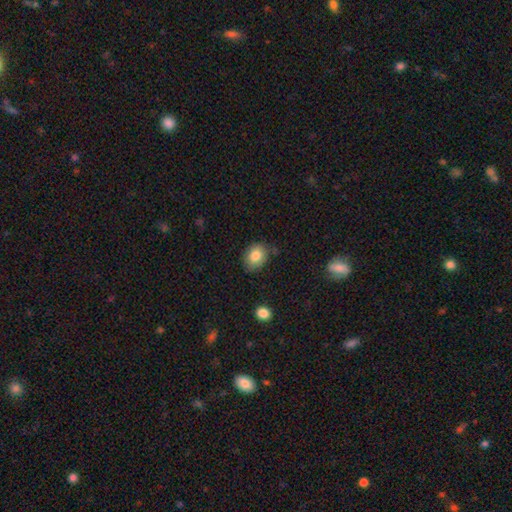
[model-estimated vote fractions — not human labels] Smooth or featured: smooth — 82% (featured or disk — 10%)
How rounded: in between — 59% (round — 40%)
Merging: none — 73% (minor disturbance — 21%)